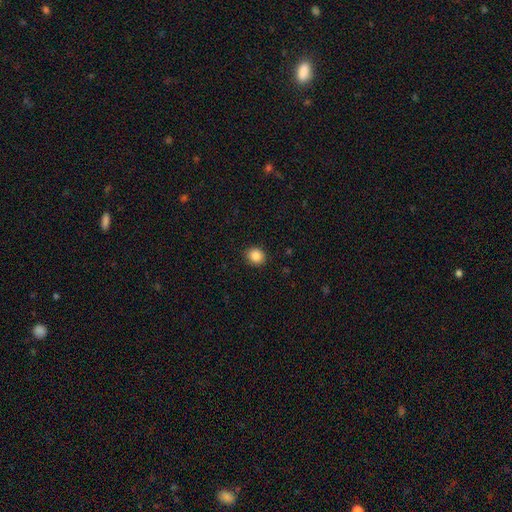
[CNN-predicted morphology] type=smooth (87%); roundness=round (81%); merging=none (91%).